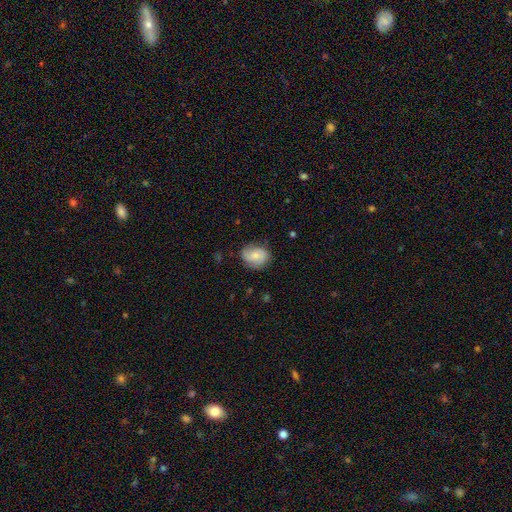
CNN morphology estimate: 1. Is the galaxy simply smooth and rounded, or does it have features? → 57% smooth, 36% featured or disk, 8% star or artifact.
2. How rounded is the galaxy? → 52% round, 47% in between, 1% cigar-shaped.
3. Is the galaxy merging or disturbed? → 72% none, 21% minor disturbance, 6% major disturbance, 1% merger.